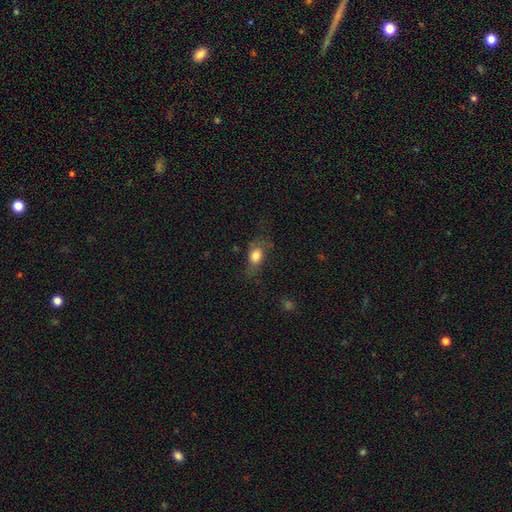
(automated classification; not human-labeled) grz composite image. It shows a smooth galaxy with no disk features (77%) that is in between round and cigar-shaped (73%). Merging: none (54%).